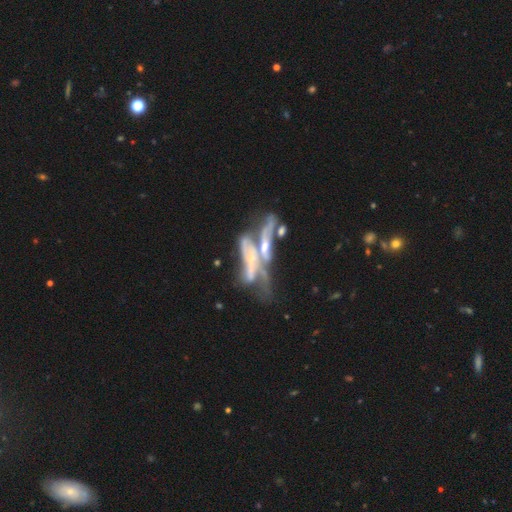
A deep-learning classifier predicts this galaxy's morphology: This appears to be a featured or disk galaxy (70%). Merging: merger (66%).